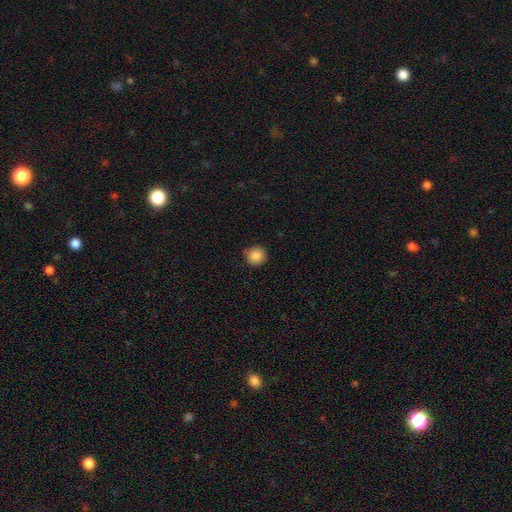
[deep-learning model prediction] A smooth galaxy with no disk features (87%) that is round (94%).

Vote fractions:
- Smooth or featured? smooth: 87% / star or artifact: 9% / featured or disk: 4%
- How rounded? round: 94% / in between: 5% / cigar-shaped: 1%
- Merging? none: 86% / minor disturbance: 10% / major disturbance: 2% / merger: 1%